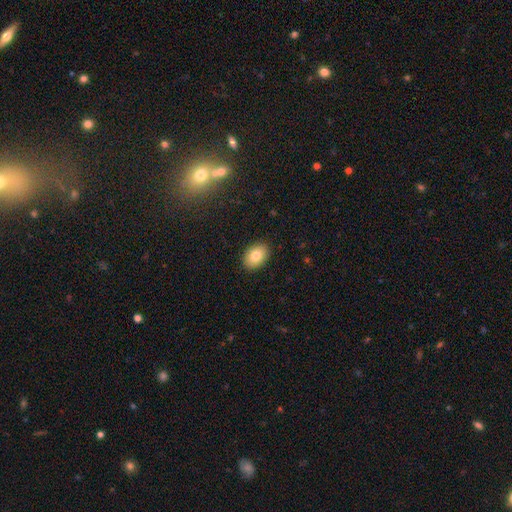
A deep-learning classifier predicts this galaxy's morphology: A smooth galaxy with no disk features (81%) that is in between round and cigar-shaped (82%). Merging: none (89%).